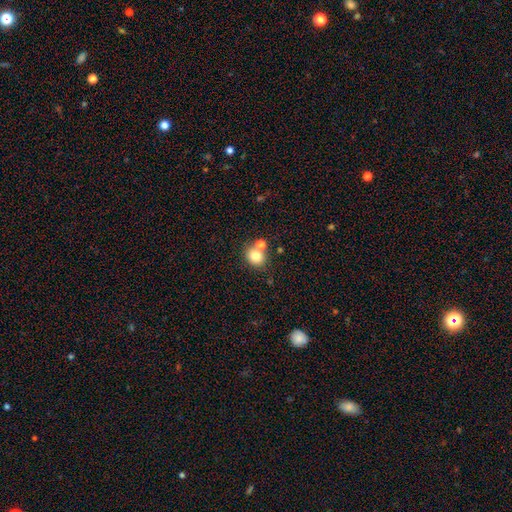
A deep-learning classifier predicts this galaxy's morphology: type=smooth (78%); roundness=round (69%); merging=none (61%).